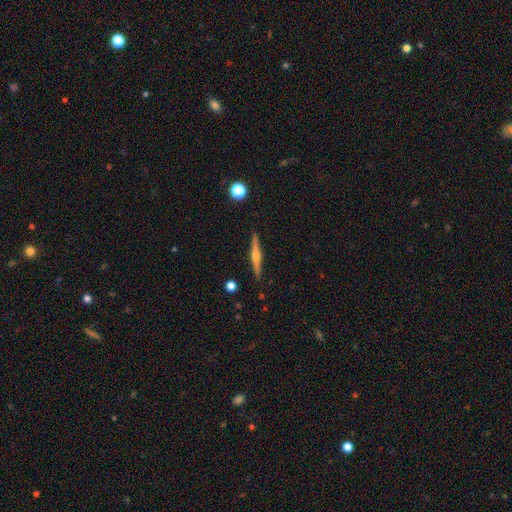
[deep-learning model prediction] This is likely a featured or disk galaxy (77%). It is clearly viewed edge-on (98%). Edge-on bulge: clearly rounded (88%). Merging: clearly none (92%).